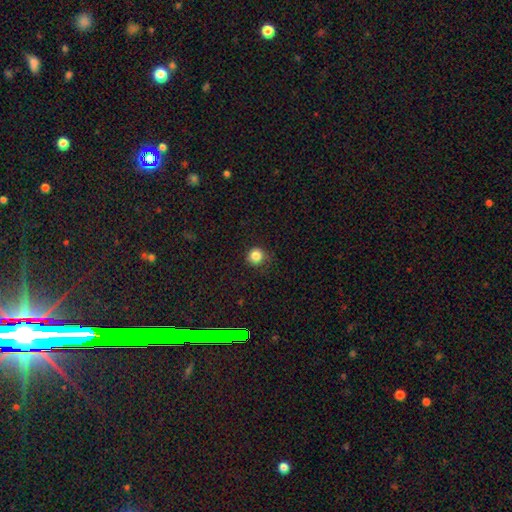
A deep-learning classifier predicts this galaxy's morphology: smooth_or_featured: smooth (p=0.83) [alt: star or artifact p=0.12]
how_rounded: round (p=0.94) [alt: in between p=0.05]
merging: none (p=0.84) [alt: minor disturbance p=0.12]